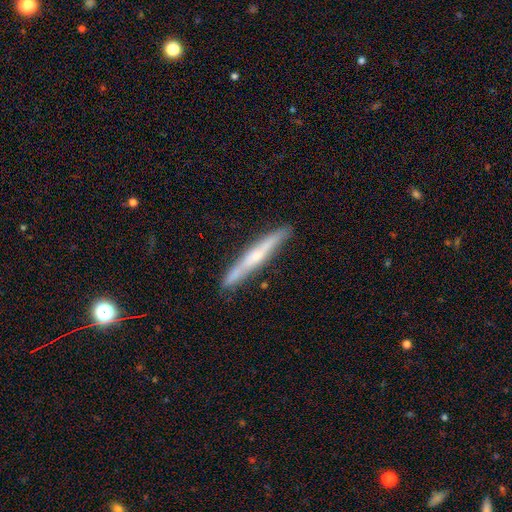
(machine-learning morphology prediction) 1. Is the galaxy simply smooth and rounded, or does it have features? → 56% featured or disk, 38% smooth, 6% star or artifact.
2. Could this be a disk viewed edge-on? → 94% yes, 6% no.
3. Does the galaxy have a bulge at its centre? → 57% rounded, 35% none, 7% boxy.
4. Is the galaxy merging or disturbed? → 87% none, 10% minor disturbance, 2% merger, 2% major disturbance.